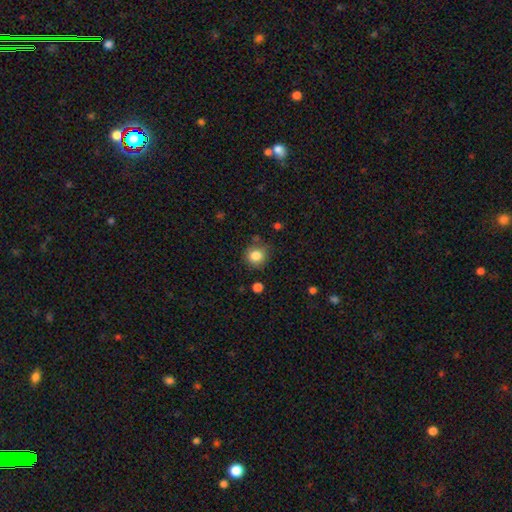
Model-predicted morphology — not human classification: smooth-or-featured: smooth: 84% | star or artifact: 10% | featured or disk: 6%
  how-rounded: round: 88% | in between: 12% | cigar-shaped: 1%
  merging: none: 79% | minor disturbance: 14% | merger: 4% | major disturbance: 3%